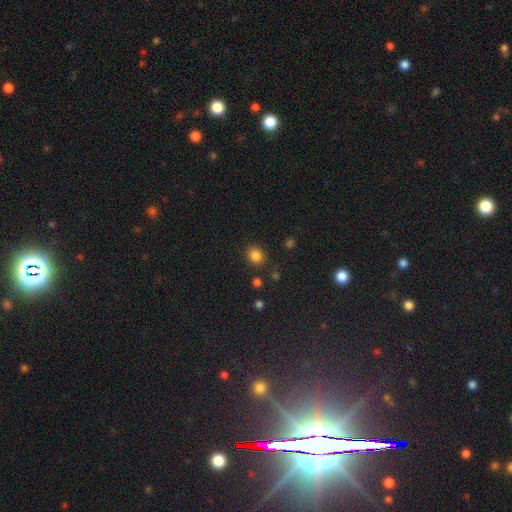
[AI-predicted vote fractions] Smooth or featured?
  - smooth: 84% *
  - star or artifact: 12%
  - featured or disk: 4%
How rounded?
  - round: 66% *
  - in between: 33%
  - cigar-shaped: 1%
Merging?
  - none: 85% *
  - minor disturbance: 9%
  - merger: 3%
  - major disturbance: 3%